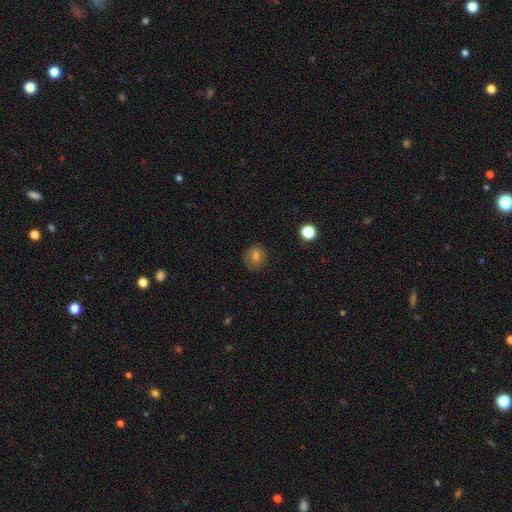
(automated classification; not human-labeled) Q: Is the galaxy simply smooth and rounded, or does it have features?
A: smooth — 71%.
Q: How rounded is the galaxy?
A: round — 87%.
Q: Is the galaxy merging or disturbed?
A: none — 83%.